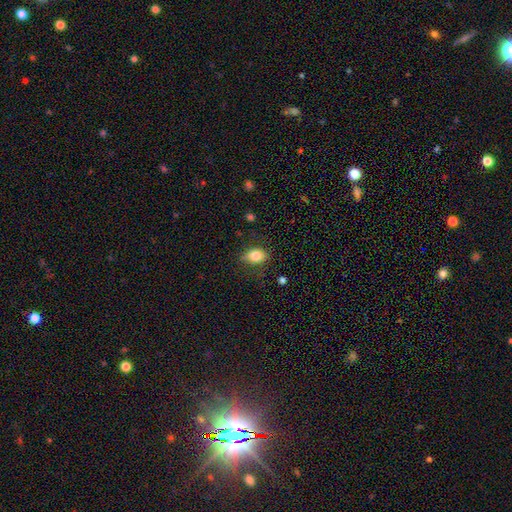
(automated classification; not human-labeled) Q: Smooth or featured?
A: smooth (81%); runner-up: featured or disk (10%)
Q: How rounded?
A: in between (76%); runner-up: round (22%)
Q: Merging?
A: none (77%); runner-up: minor disturbance (17%)